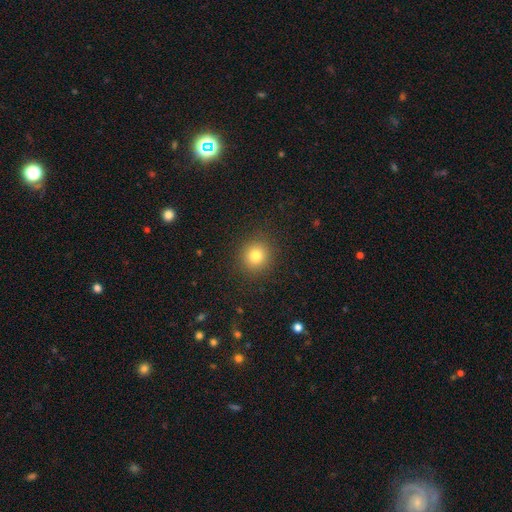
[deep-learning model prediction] Smooth or featured? smooth (80%)
How rounded? round (91%)
Merging? none (91%)